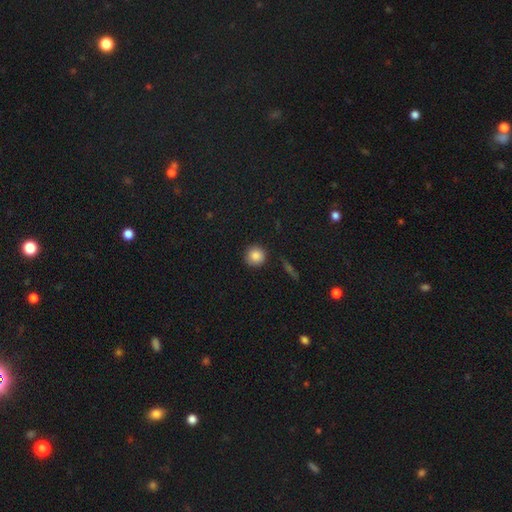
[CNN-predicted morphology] smooth 86%, star or artifact 10%, featured or disk 5%. Down the decision tree: how rounded — round (93%); merging — none (87%).